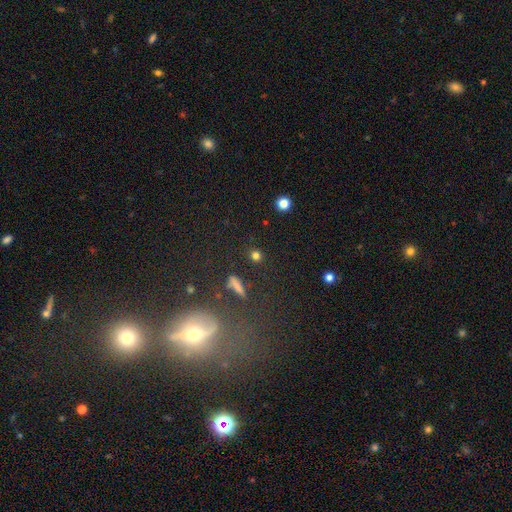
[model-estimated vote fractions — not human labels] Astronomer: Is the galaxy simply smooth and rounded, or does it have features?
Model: smooth — 75%.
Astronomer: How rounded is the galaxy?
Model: round — 85%.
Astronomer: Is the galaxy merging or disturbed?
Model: none — 87%.